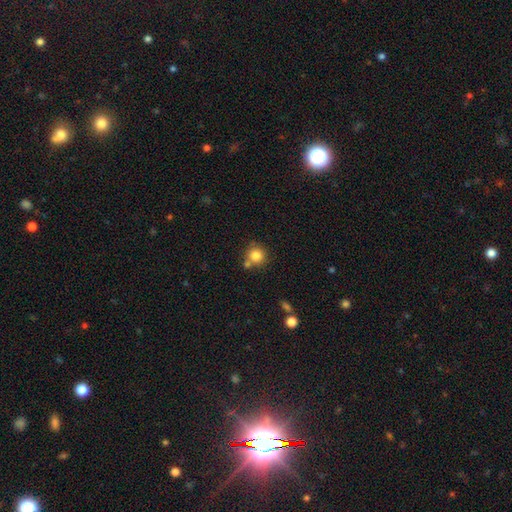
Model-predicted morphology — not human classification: The model was most divided on "merging": none: 69%, merger: 18%, minor disturbance: 10%, major disturbance: 3%. More confident: how rounded — round (92%); smooth or featured — smooth (82%).